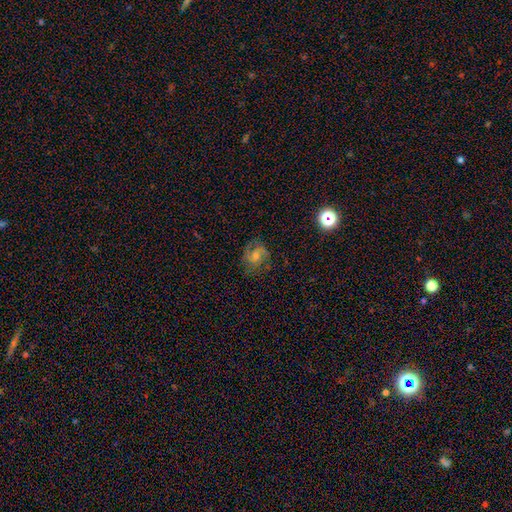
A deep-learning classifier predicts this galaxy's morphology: This is possibly a featured or disk galaxy (58%). It is clearly not viewed edge-on (97%). Bar: possibly no (58%). Spiral arm pattern: clearly yes (88%). Central bulge: possibly moderate (52%). Merging: likely none (75%).